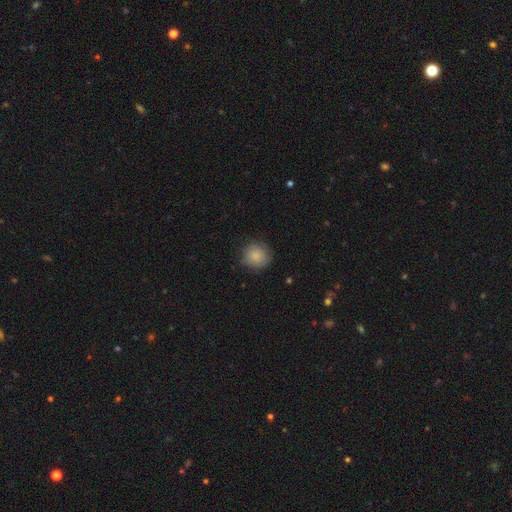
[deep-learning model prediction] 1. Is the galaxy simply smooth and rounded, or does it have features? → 85% smooth, 8% star or artifact, 7% featured or disk.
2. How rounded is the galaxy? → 90% round, 9% in between, 1% cigar-shaped.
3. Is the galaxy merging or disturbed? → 81% none, 15% minor disturbance, 3% major disturbance, 1% merger.